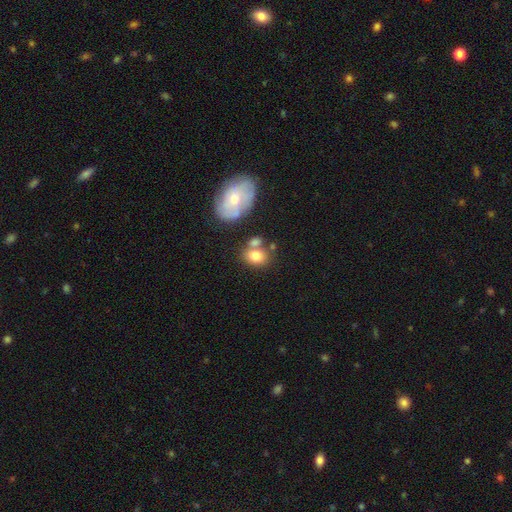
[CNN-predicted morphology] Overall: smooth (76%). How rounded: in between (59%; round 40%). Merging: none (48%; merger 31%).